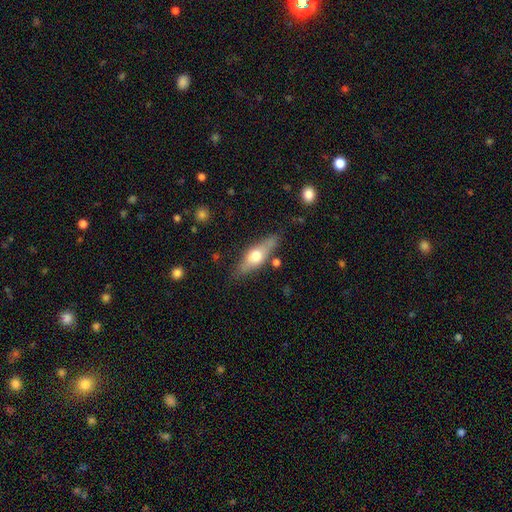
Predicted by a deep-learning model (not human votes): This is possibly a smooth galaxy (49%). Merging: likely none (78%).